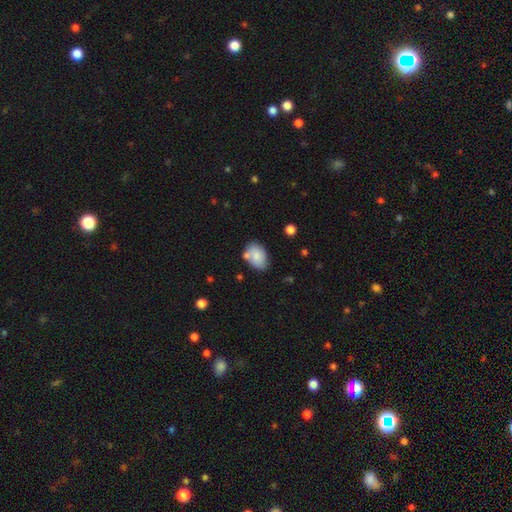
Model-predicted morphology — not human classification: This is likely a smooth galaxy (79%). How rounded: clearly in between (85%). Merging: possibly none (60%).